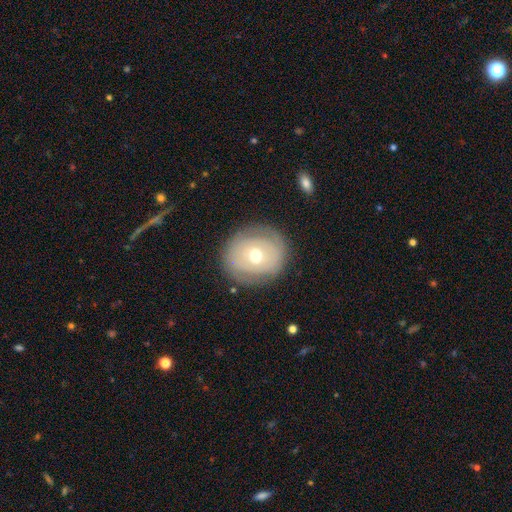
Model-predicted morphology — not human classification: Q: Smooth or featured?
A: smooth (47%); runner-up: featured or disk (44%)
Q: Merging?
A: none (80%); runner-up: minor disturbance (13%)